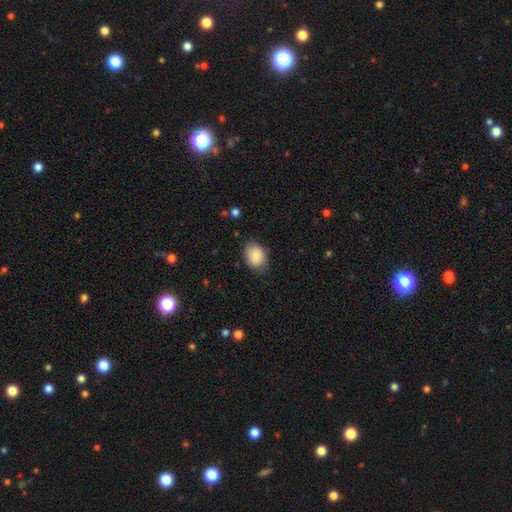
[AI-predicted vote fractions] Smooth or featured?
  - smooth: 84% *
  - featured or disk: 9%
  - star or artifact: 7%
How rounded?
  - in between: 71% *
  - round: 28%
  - cigar-shaped: 1%
Merging?
  - none: 74% *
  - minor disturbance: 20%
  - major disturbance: 4%
  - merger: 1%